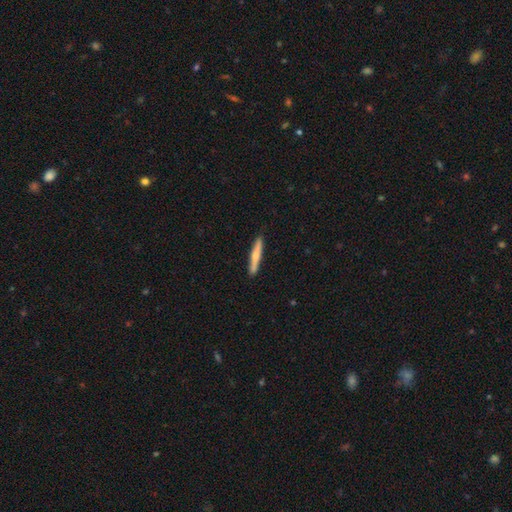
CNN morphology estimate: This appears to be a smooth galaxy with no disk features (53%) that is cigar-shaped (93%). Merging: none (88%).